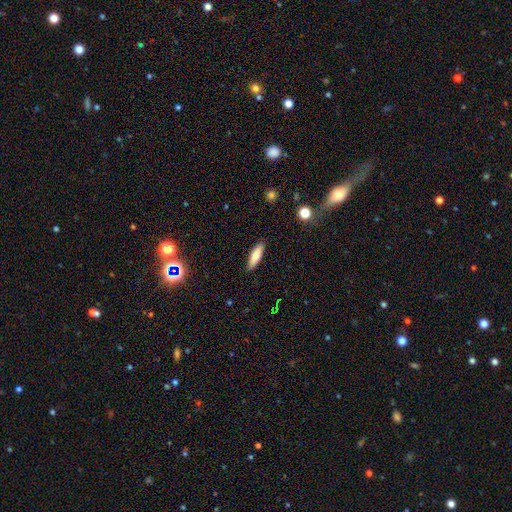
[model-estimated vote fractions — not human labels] smooth_or_featured: smooth (p=0.74) [alt: featured or disk p=0.18]
how_rounded: cigar-shaped (p=0.58) [alt: in between p=0.40]
merging: none (p=0.89) [alt: minor disturbance p=0.09]